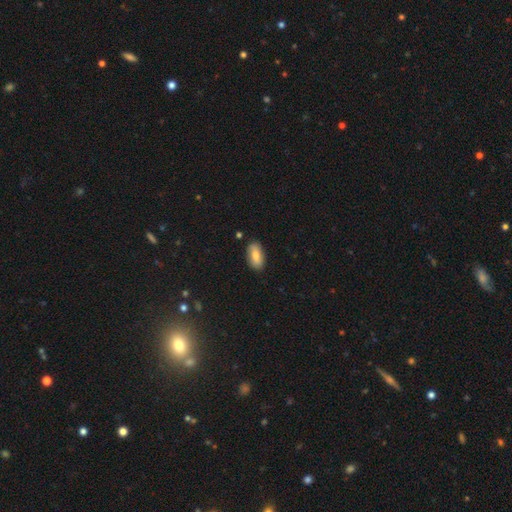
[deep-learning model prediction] Smooth or featured: smooth — 80% (featured or disk — 14%)
How rounded: in between — 89% (cigar-shaped — 8%)
Merging: none — 85% (minor disturbance — 11%)